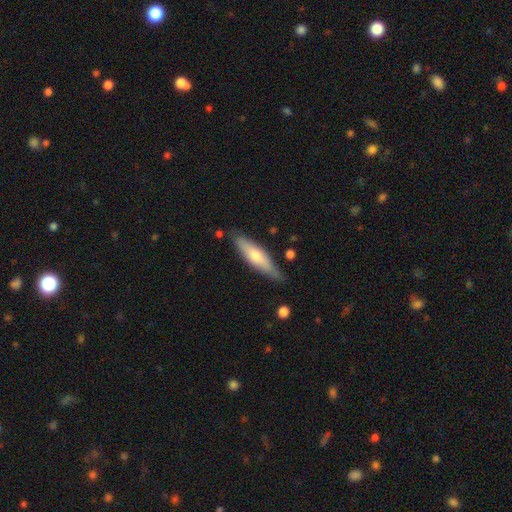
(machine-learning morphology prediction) A smooth galaxy with no disk features (50%) that is cigar-shaped (73%). Merging: none (82%).